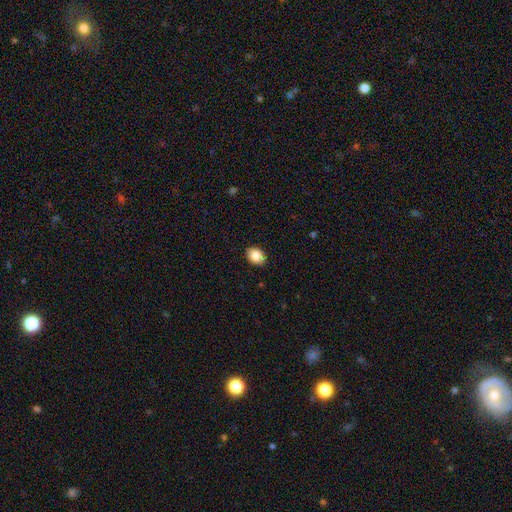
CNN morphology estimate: Smooth or featured? Predicted: smooth (p=0.86). How rounded? Predicted: in between (p=0.69). Merging? Predicted: none (p=0.88).